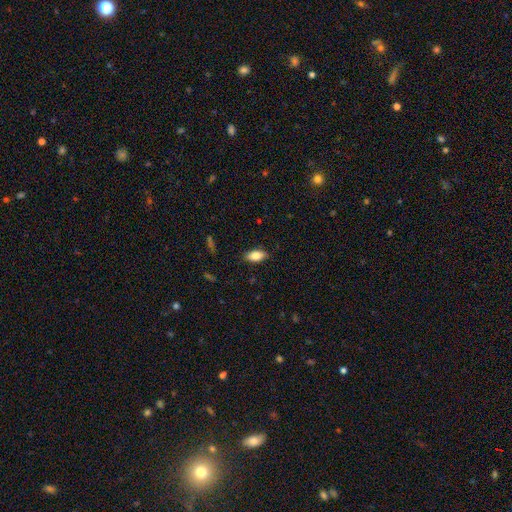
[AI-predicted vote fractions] smooth_or_featured: smooth (p=0.81) [alt: featured or disk p=0.12]
how_rounded: in between (p=0.89) [alt: cigar-shaped p=0.07]
merging: none (p=0.86) [alt: minor disturbance p=0.11]